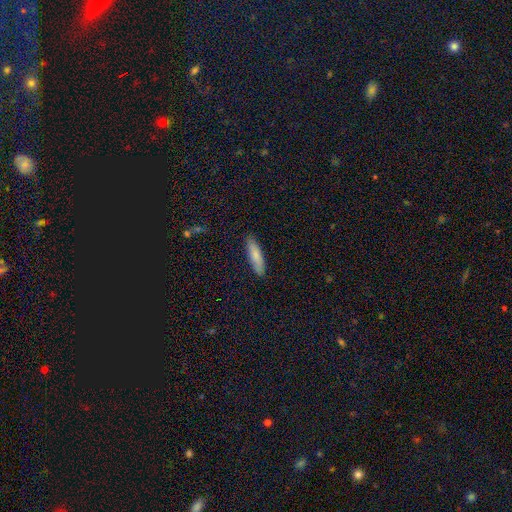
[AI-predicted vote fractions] Q: Smooth or featured?
A: smooth (83%); runner-up: featured or disk (11%)
Q: How rounded?
A: cigar-shaped (71%); runner-up: in between (27%)
Q: Merging?
A: none (88%); runner-up: minor disturbance (9%)